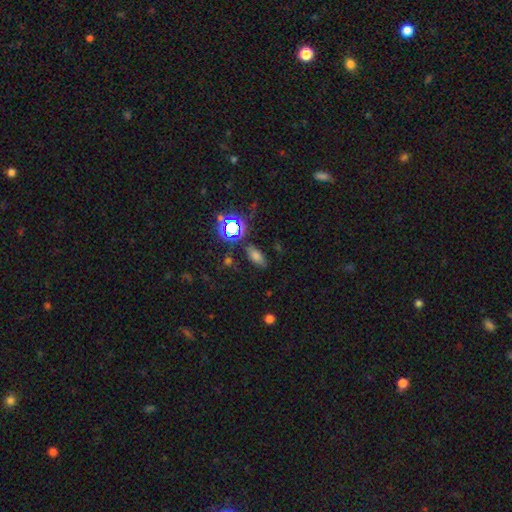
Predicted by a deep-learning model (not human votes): smooth 64%, star or artifact 26%, featured or disk 10%. Down the decision tree: how rounded — in between (83%); merging — none (79%).